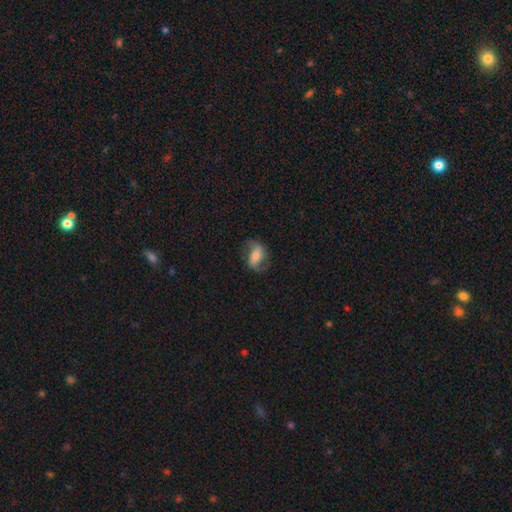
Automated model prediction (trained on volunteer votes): Morphology: type=featured or disk (57%); edge-on=no (94%); bar=strong (35%); spiral arms=yes (85%); bulge=moderate (44%); merging=none (69%).